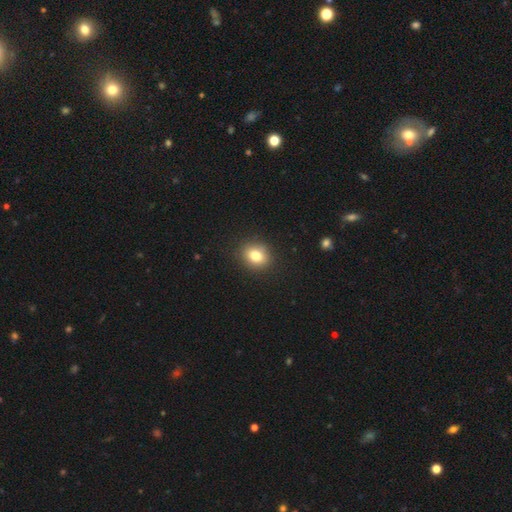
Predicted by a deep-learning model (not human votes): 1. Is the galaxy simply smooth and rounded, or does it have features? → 81% smooth, 11% star or artifact, 8% featured or disk.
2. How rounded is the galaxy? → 52% round, 47% in between, 1% cigar-shaped.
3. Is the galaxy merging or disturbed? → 88% none, 8% minor disturbance, 2% major disturbance, 1% merger.